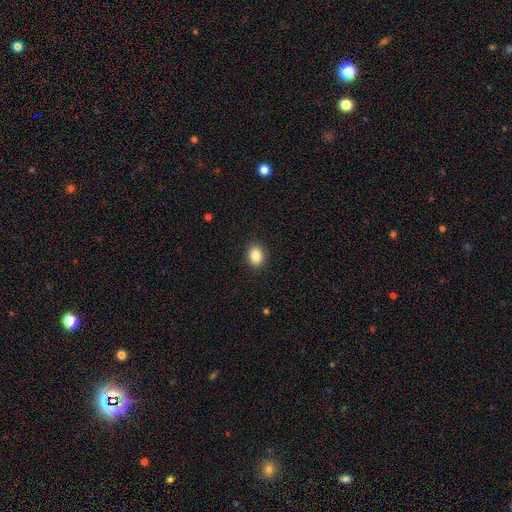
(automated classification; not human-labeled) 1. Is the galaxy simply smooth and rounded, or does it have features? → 86% smooth, 9% star or artifact, 5% featured or disk.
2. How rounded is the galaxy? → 52% in between, 47% round, 1% cigar-shaped.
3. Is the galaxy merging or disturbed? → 90% none, 7% minor disturbance, 2% major disturbance, 1% merger.